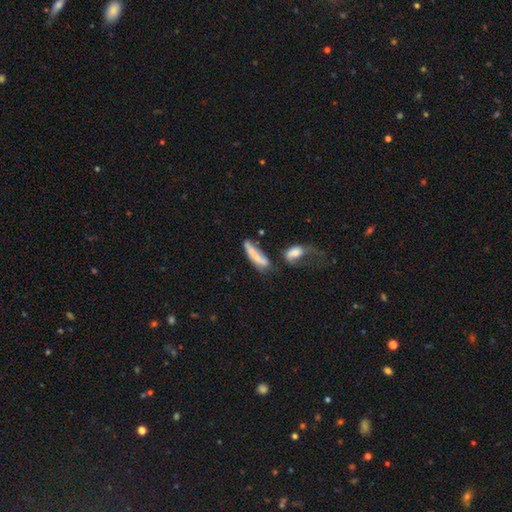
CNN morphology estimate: Smooth or featured: smooth — 68% (featured or disk — 23%)
How rounded: cigar-shaped — 68% (in between — 30%)
Merging: none — 32% (merger — 28%)